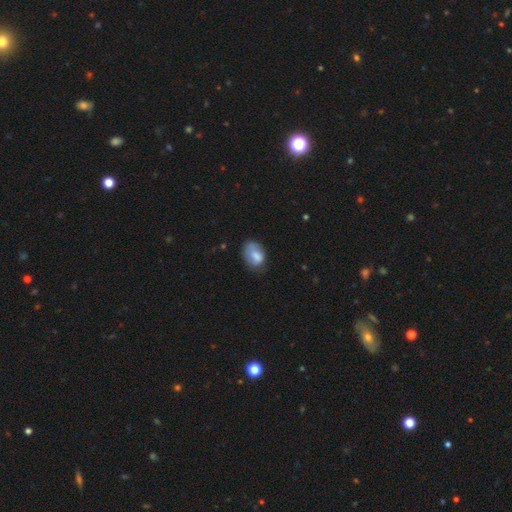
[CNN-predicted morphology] Smooth or featured?
  - smooth: 73% *
  - featured or disk: 19%
  - star or artifact: 8%
How rounded?
  - in between: 77% *
  - round: 22%
  - cigar-shaped: 1%
Merging?
  - none: 48% *
  - minor disturbance: 32%
  - major disturbance: 15%
  - merger: 4%